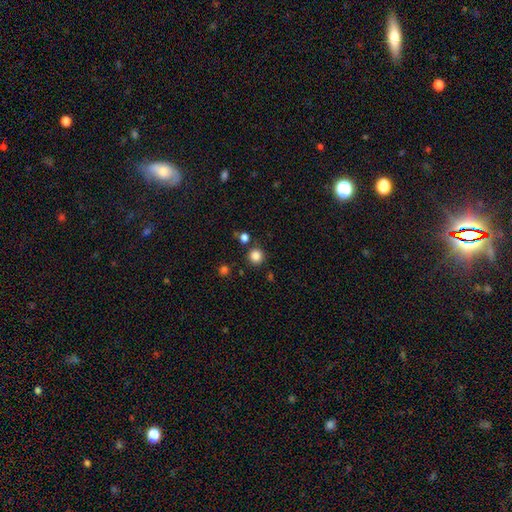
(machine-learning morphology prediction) Overall: smooth (84%). How rounded: round (94%). Merging: none (86%).